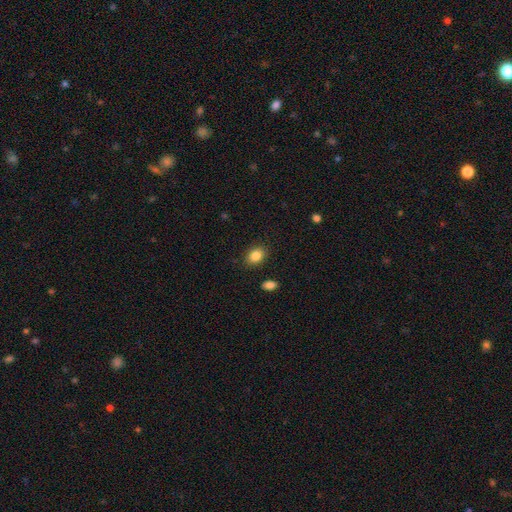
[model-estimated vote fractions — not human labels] smooth_or_featured: smooth (p=0.86) [alt: star or artifact p=0.09]
how_rounded: in between (p=0.69) [alt: round p=0.30]
merging: none (p=0.87) [alt: minor disturbance p=0.09]